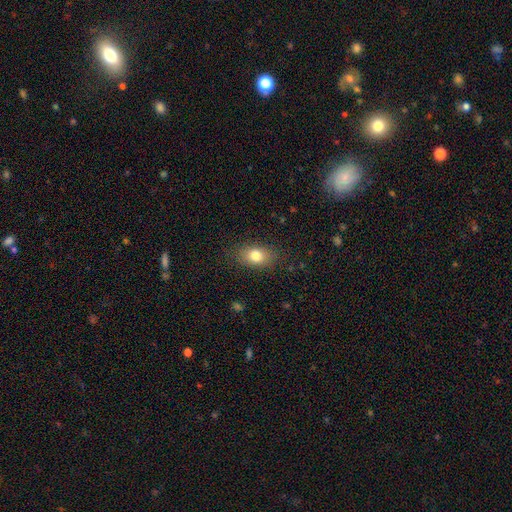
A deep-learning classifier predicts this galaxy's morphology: Q: Smooth or featured?
A: smooth (80%); runner-up: featured or disk (11%)
Q: How rounded?
A: in between (82%); runner-up: round (15%)
Q: Merging?
A: none (84%); runner-up: minor disturbance (12%)